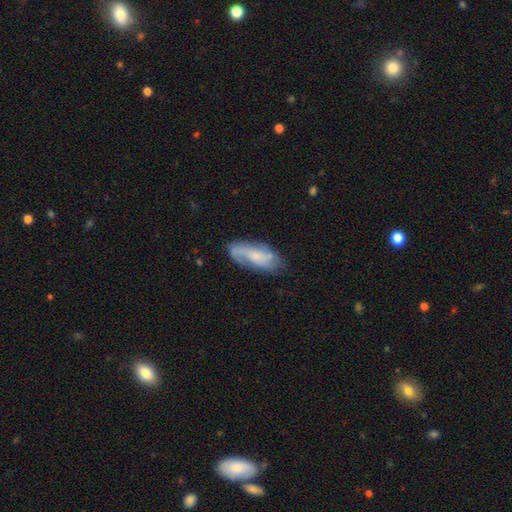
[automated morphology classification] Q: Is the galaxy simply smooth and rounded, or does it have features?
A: featured or disk — 52%.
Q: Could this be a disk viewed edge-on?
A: no — 86%.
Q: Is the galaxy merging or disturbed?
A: none — 68%.